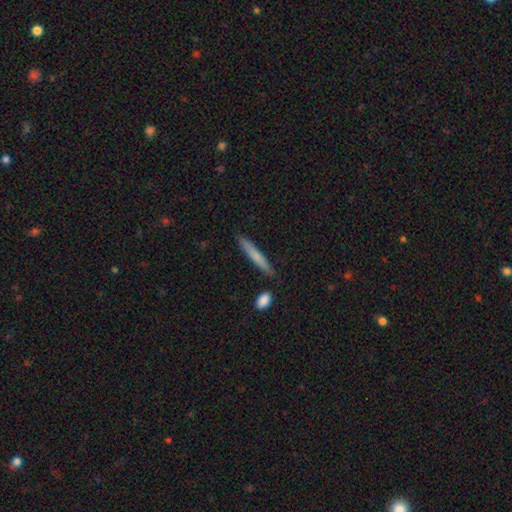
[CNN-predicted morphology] smooth 67%, featured or disk 27%, star or artifact 6%. Down the decision tree: how rounded — cigar-shaped (94%); merging — none (86%).